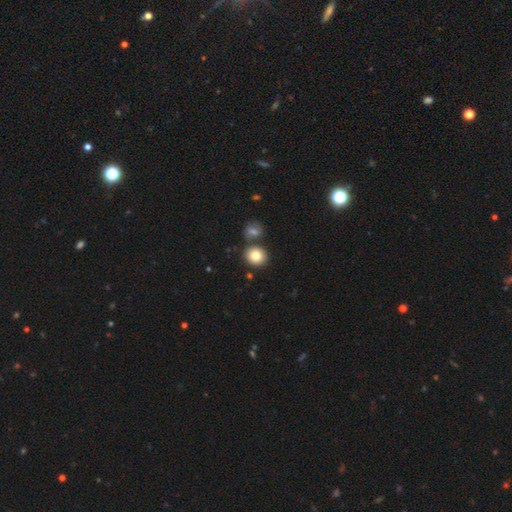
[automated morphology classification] Q: Smooth or featured?
A: smooth (81%); runner-up: star or artifact (10%)
Q: How rounded?
A: round (78%); runner-up: in between (21%)
Q: Merging?
A: none (72%); runner-up: merger (17%)